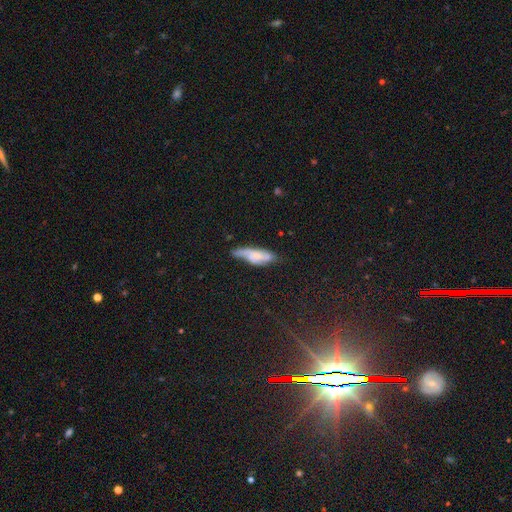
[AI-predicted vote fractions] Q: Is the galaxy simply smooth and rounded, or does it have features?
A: smooth — 47%.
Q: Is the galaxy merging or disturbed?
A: none — 44%.